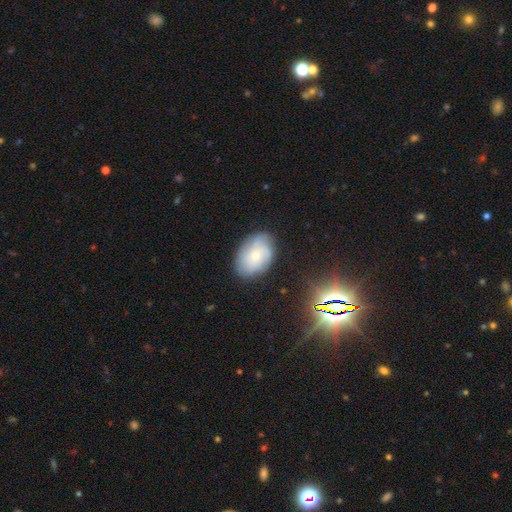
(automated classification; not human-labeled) Overall: smooth (45%, tied with featured or disk). Merging: none (77%).